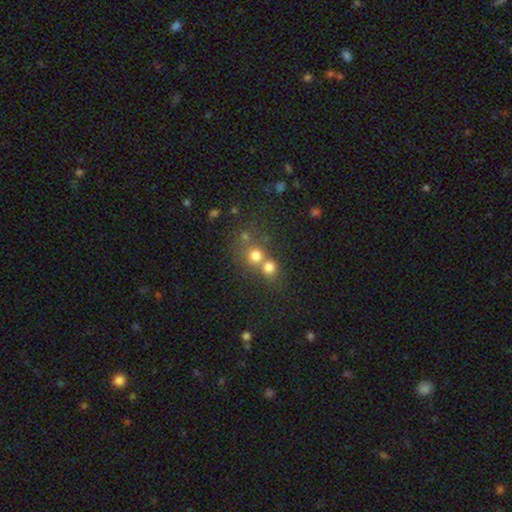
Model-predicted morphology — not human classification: This appears to be a smooth galaxy with no disk features (72%) that is round (84%). Merging: merger (48%).